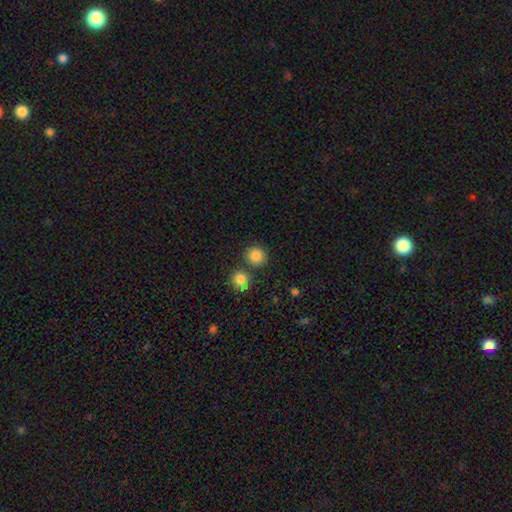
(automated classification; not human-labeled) This appears to be a smooth galaxy with no disk features (86%) that is round (88%). Merging: none (76%).